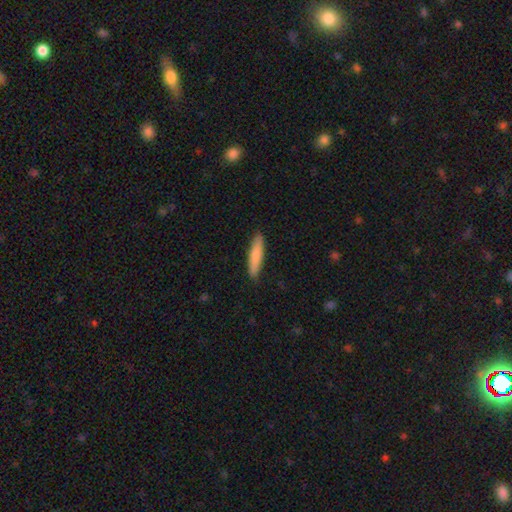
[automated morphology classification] type=smooth (80%); roundness=cigar-shaped (85%); merging=none (89%).